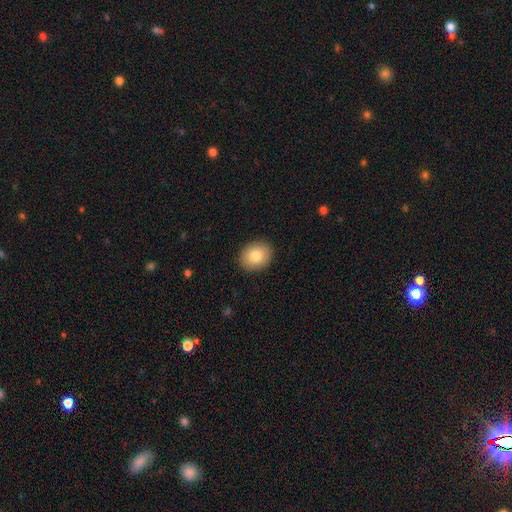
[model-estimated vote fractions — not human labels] This is clearly a smooth galaxy (82%). How rounded: possibly round (52%). Merging: clearly none (91%).